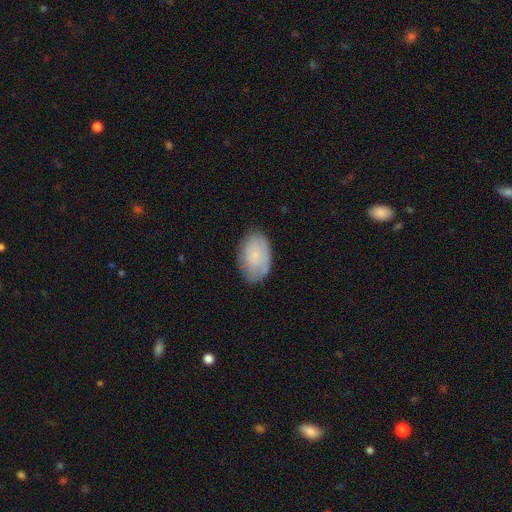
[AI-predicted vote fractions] Q: Smooth or featured?
A: smooth (70%); runner-up: featured or disk (23%)
Q: How rounded?
A: in between (90%); runner-up: round (9%)
Q: Merging?
A: none (74%); runner-up: minor disturbance (20%)